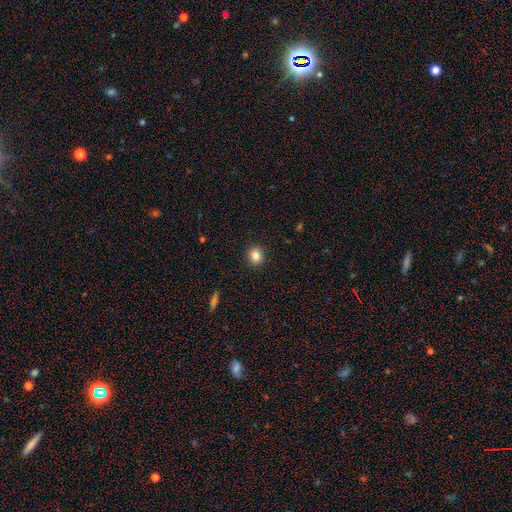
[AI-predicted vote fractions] This is clearly a smooth galaxy (84%). How rounded: clearly round (81%). Merging: clearly none (91%).